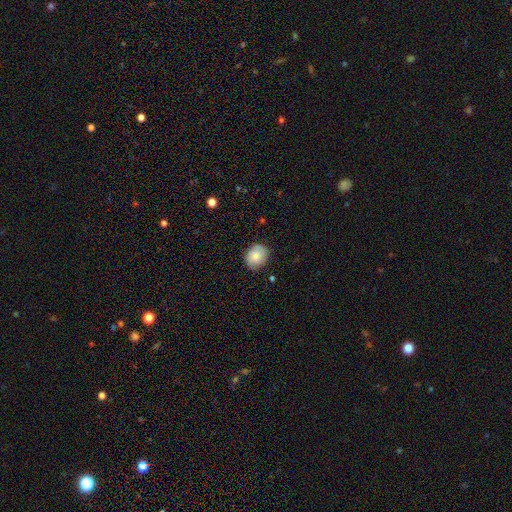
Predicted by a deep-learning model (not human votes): Smooth or featured?
  - smooth: 76% *
  - featured or disk: 16%
  - star or artifact: 8%
How rounded?
  - round: 55% *
  - in between: 44%
  - cigar-shaped: 1%
Merging?
  - none: 81% *
  - minor disturbance: 15%
  - major disturbance: 3%
  - merger: 1%